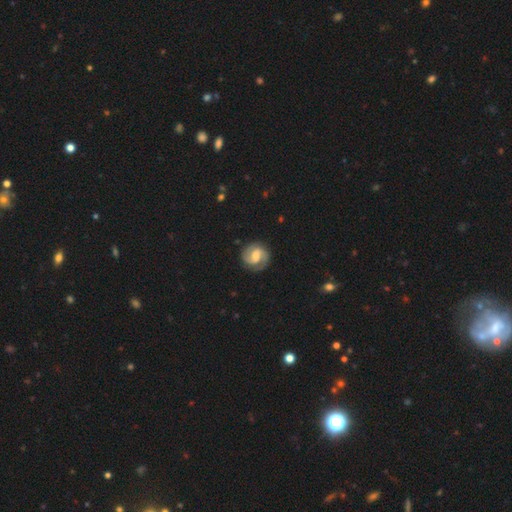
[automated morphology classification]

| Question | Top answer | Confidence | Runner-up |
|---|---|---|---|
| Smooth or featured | featured or disk | 78% | smooth (17%) |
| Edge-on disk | no | 98% | yes (2%) |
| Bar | weak | 55% | no (24%) |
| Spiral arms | yes | 95% | no (5%) |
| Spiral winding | medium | 47% | tight (37%) |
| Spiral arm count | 2 | 90% | can't tell (4%) |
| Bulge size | moderate | 51% | small (28%) |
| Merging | none | 85% | minor disturbance (11%) |